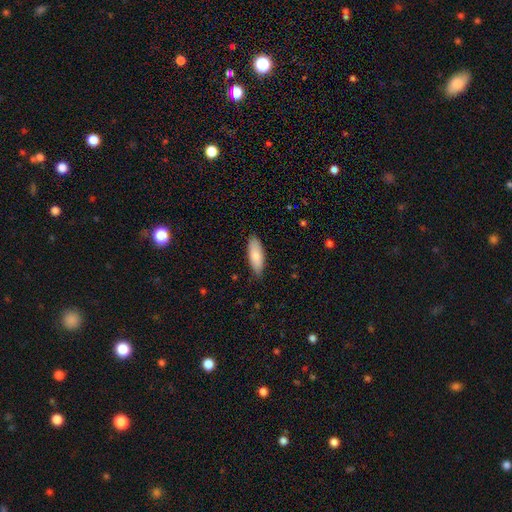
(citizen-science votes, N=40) A smooth galaxy with no disk features (82%) that is in between round and cigar-shaped (61%).

Vote fractions:
- Smooth or featured? smooth: 82% / featured or disk: 15% / star or artifact: 2%
- How rounded? in between: 61% / cigar-shaped: 39% / round: 0%
- Merging? none: 79% / minor disturbance: 18% / major disturbance: 3% / merger: 0%